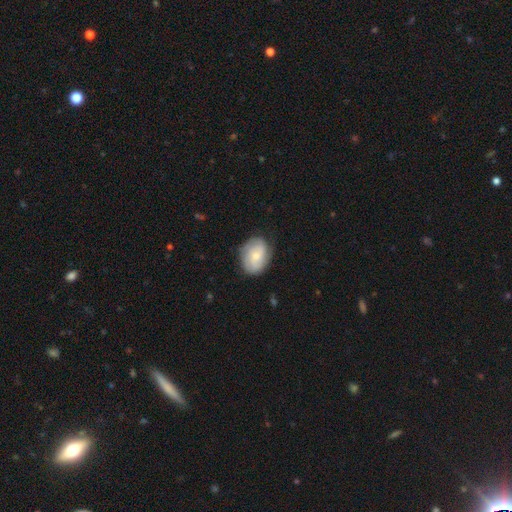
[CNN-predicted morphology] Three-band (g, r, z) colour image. It shows a smooth galaxy with no disk features (53%) that is in between round and cigar-shaped (66%). Merging: none (76%).